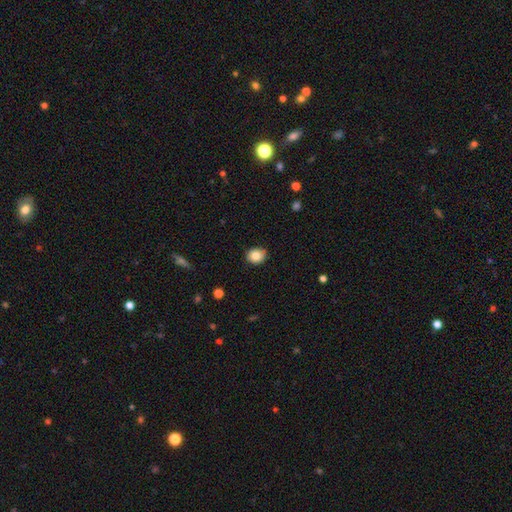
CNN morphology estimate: This appears to be a smooth galaxy with no disk features (85%) that is round (64%). Merging: none (84%).